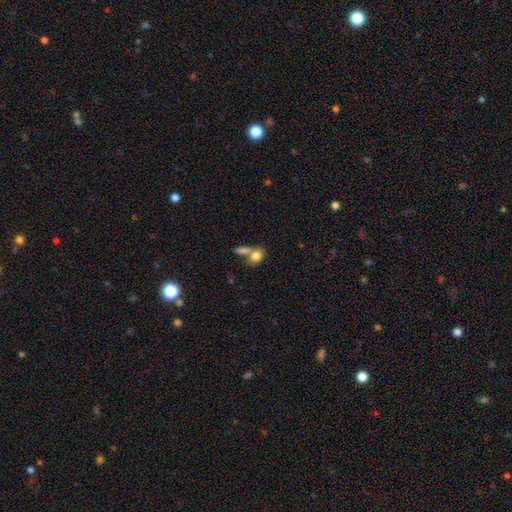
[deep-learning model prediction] A smooth galaxy with no disk features (80%) that is in between round and cigar-shaped (62%).

Vote fractions:
- Smooth or featured? smooth: 80% / featured or disk: 11% / star or artifact: 9%
- How rounded? in between: 62% / round: 34% / cigar-shaped: 3%
- Merging? merger: 48% / none: 35% / minor disturbance: 10% / major disturbance: 6%